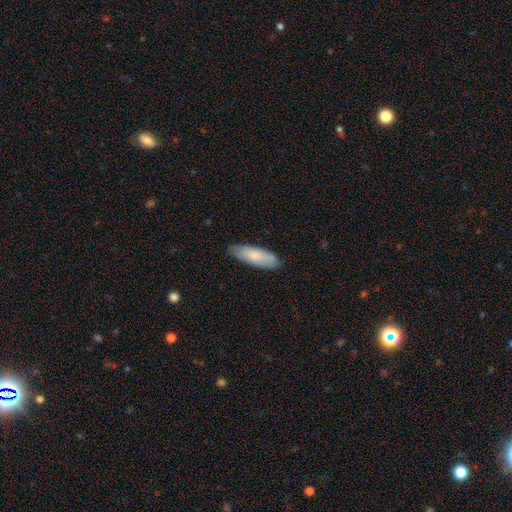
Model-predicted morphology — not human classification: Smooth or featured: smooth — 78% (featured or disk — 17%)
How rounded: in between — 55% (cigar-shaped — 43%)
Merging: none — 81% (minor disturbance — 16%)